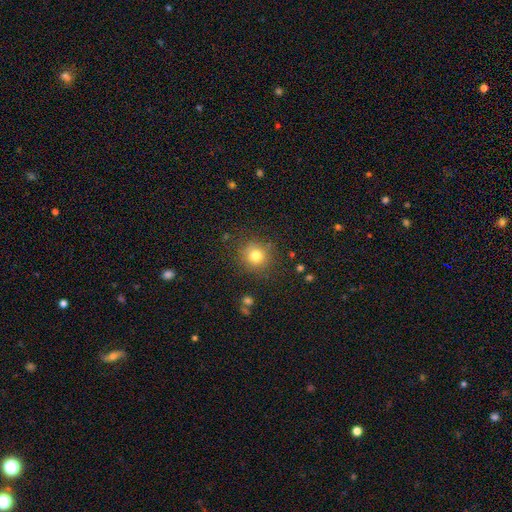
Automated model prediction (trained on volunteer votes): smooth_or_featured: smooth (p=0.79) [alt: star or artifact p=0.14]
how_rounded: round (p=0.91) [alt: in between p=0.08]
merging: none (p=0.86) [alt: minor disturbance p=0.09]